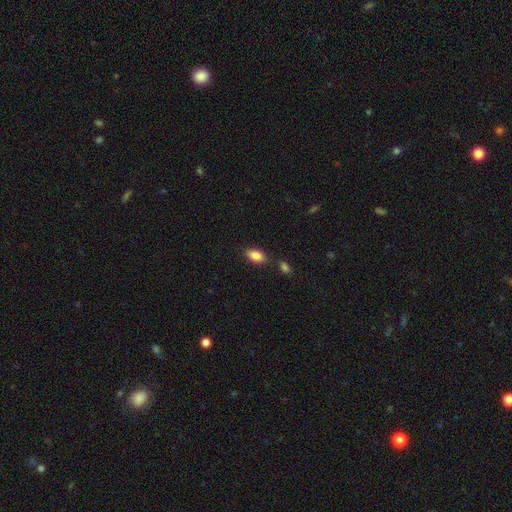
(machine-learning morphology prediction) A smooth galaxy with no disk features (86%) that is in between round and cigar-shaped (92%).

Vote fractions:
- Smooth or featured? smooth: 86% / star or artifact: 7% / featured or disk: 6%
- How rounded? in between: 92% / round: 4% / cigar-shaped: 4%
- Merging? none: 77% / minor disturbance: 11% / merger: 9% / major disturbance: 3%